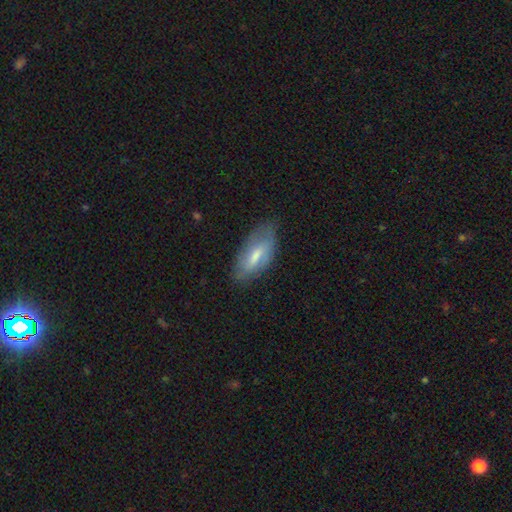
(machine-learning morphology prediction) Smooth or featured? Predicted: smooth (p=0.60). How rounded? Predicted: in between (p=0.79). Merging? Predicted: none (p=0.70).